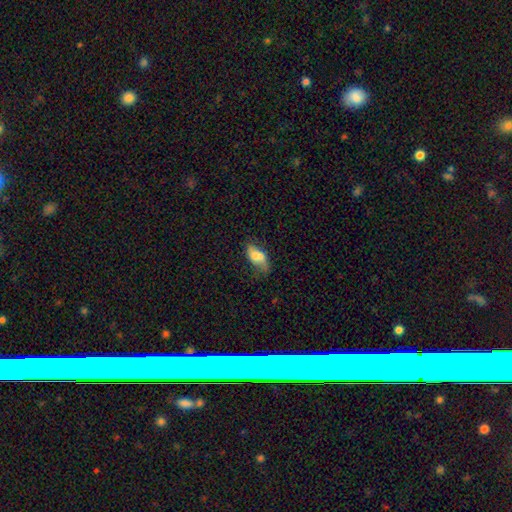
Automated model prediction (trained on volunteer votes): The model was most divided on "merging": none: 47%, minor disturbance: 31%, major disturbance: 13%, merger: 8%. More confident: how rounded — in between (88%); smooth or featured — smooth (66%).